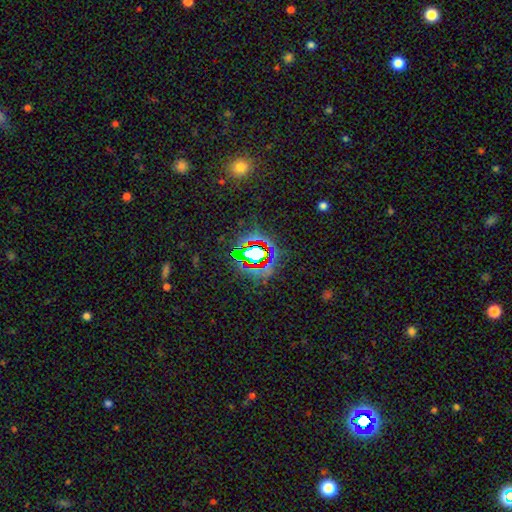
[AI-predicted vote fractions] Q: Smooth or featured?
A: star or artifact (73%); runner-up: smooth (16%)